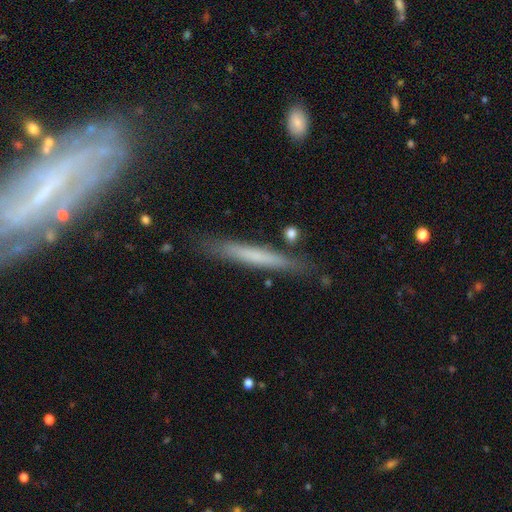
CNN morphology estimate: Smooth or featured? Predicted: smooth (p=0.57). How rounded? Predicted: cigar-shaped (p=0.96). Merging? Predicted: none (p=0.82).